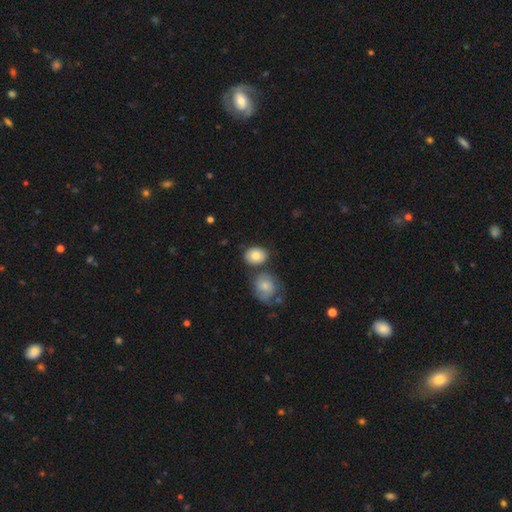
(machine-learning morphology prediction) Smooth or featured? smooth (81%)
How rounded? in between (52%)
Merging? none (66%)